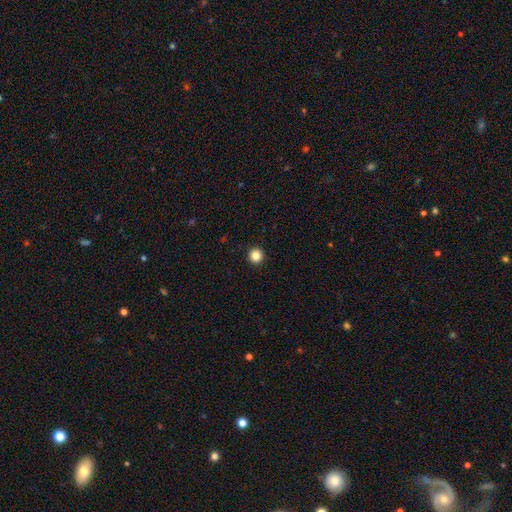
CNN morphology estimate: Smooth or featured? Predicted: smooth (p=0.86). How rounded? Predicted: round (p=0.96). Merging? Predicted: none (p=0.94).